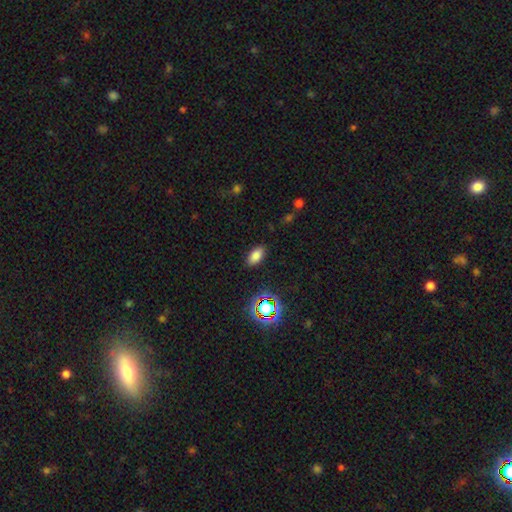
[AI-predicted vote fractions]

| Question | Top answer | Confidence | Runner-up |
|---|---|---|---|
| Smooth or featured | smooth | 77% | star or artifact (16%) |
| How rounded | in between | 91% | round (5%) |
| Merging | none | 88% | minor disturbance (9%) |